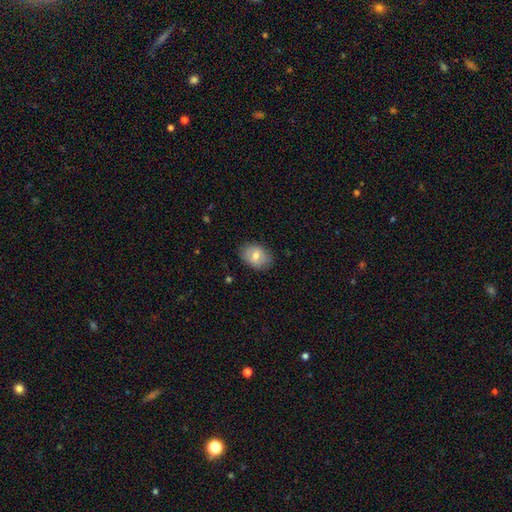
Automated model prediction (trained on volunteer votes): smooth 68%, featured or disk 25%, star or artifact 7%. Down the decision tree: how rounded — in between (75%); merging — none (83%).